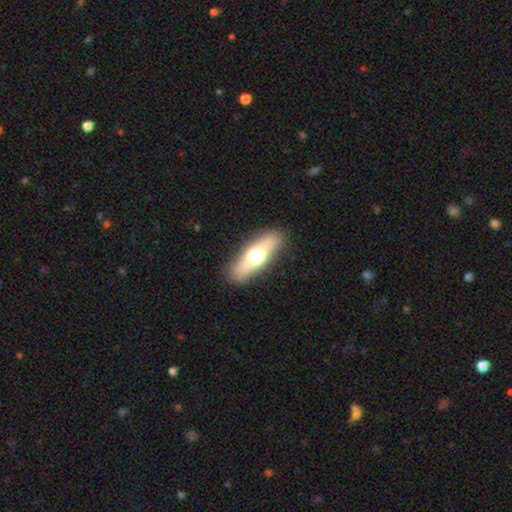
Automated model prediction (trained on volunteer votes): Smooth or featured?
  - smooth: 51% *
  - featured or disk: 41%
  - star or artifact: 8%
How rounded?
  - in between: 50% *
  - cigar-shaped: 45%
  - round: 5%
Merging?
  - none: 88% *
  - minor disturbance: 9%
  - major disturbance: 3%
  - merger: 1%